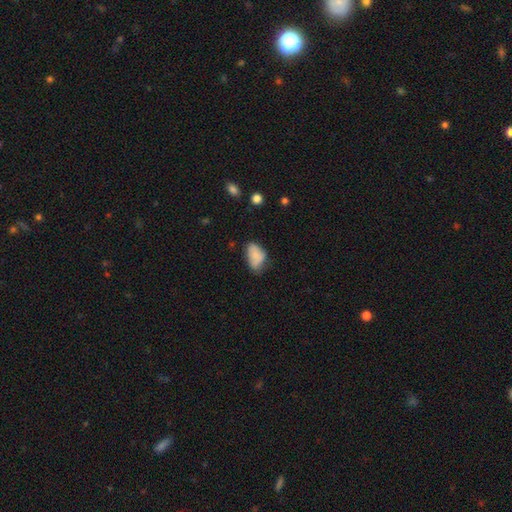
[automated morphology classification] Smooth or featured? smooth (80%)
How rounded? in between (89%)
Merging? none (43%)